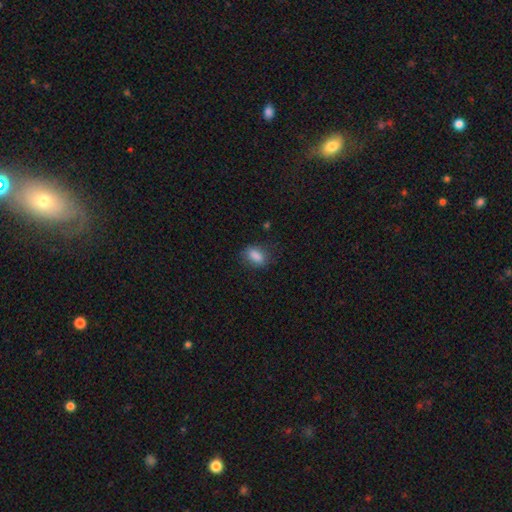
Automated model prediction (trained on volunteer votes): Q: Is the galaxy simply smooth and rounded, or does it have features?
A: smooth — 85%.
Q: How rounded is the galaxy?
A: in between — 83%.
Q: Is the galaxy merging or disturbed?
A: none — 76%.